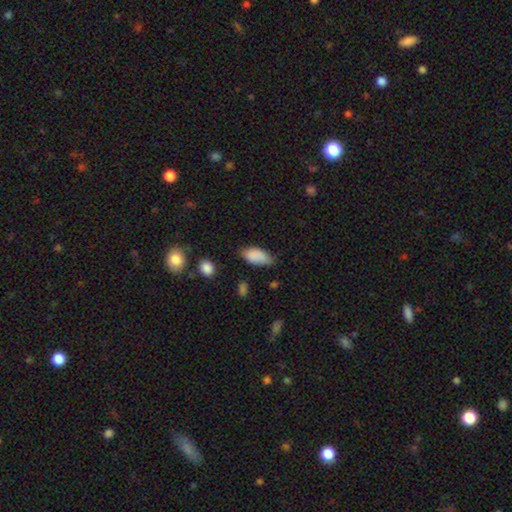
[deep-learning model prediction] smooth-or-featured: smooth: 86% | star or artifact: 7% | featured or disk: 7%
  how-rounded: in between: 91% | cigar-shaped: 6% | round: 3%
  merging: none: 62% | minor disturbance: 30% | major disturbance: 6% | merger: 2%